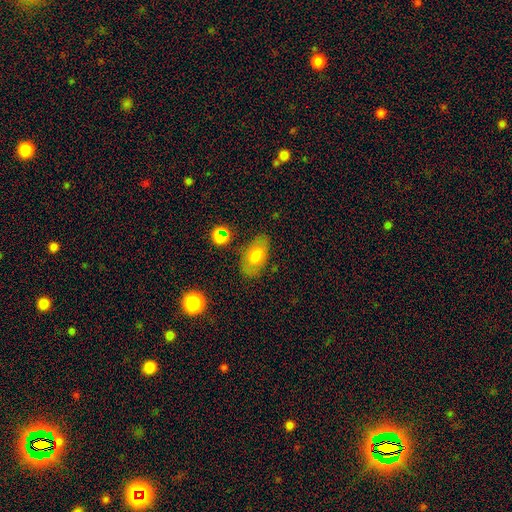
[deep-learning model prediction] Q: Smooth or featured?
A: smooth (68%); runner-up: featured or disk (24%)
Q: How rounded?
A: in between (89%); runner-up: round (10%)
Q: Merging?
A: none (76%); runner-up: minor disturbance (16%)